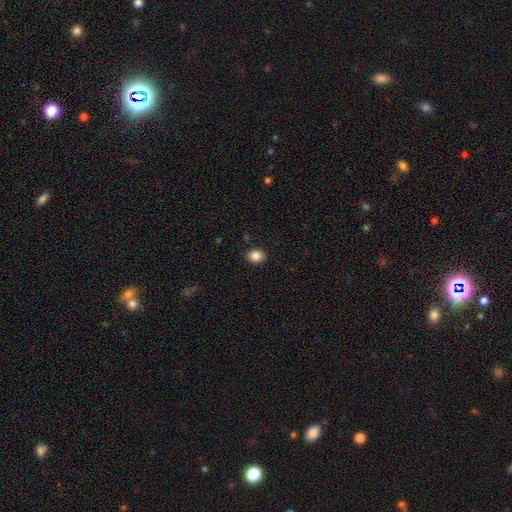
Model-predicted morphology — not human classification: Smooth or featured? smooth (86%)
How rounded? round (61%)
Merging? none (90%)